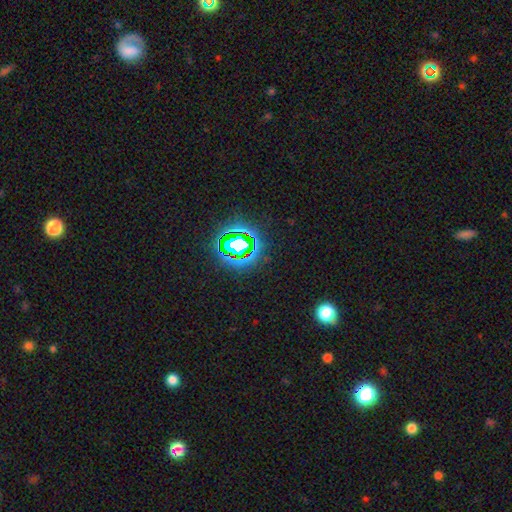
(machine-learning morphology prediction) Smooth or featured? Predicted: star or artifact (p=0.78).